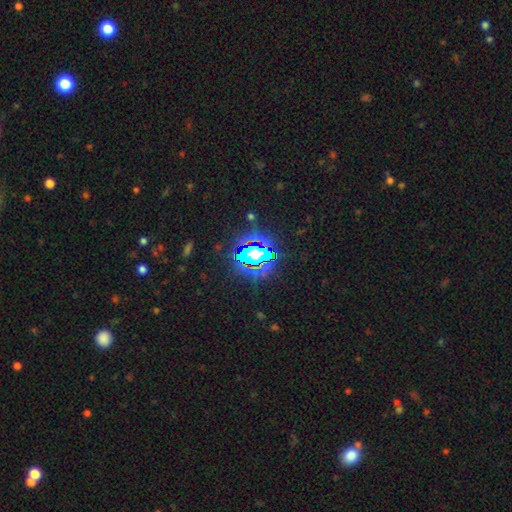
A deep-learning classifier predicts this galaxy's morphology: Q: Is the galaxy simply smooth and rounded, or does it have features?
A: star or artifact — 75%.